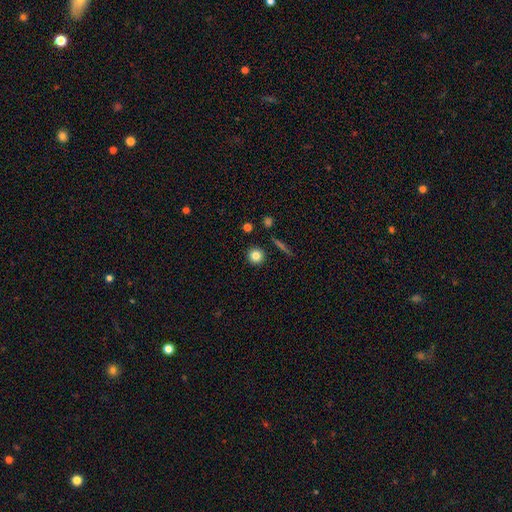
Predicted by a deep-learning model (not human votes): A smooth galaxy with no disk features (82%) that is round (94%).

Vote fractions:
- Smooth or featured? smooth: 82% / star or artifact: 11% / featured or disk: 7%
- How rounded? round: 94% / in between: 5% / cigar-shaped: 1%
- Merging? none: 90% / minor disturbance: 6% / merger: 2% / major disturbance: 2%